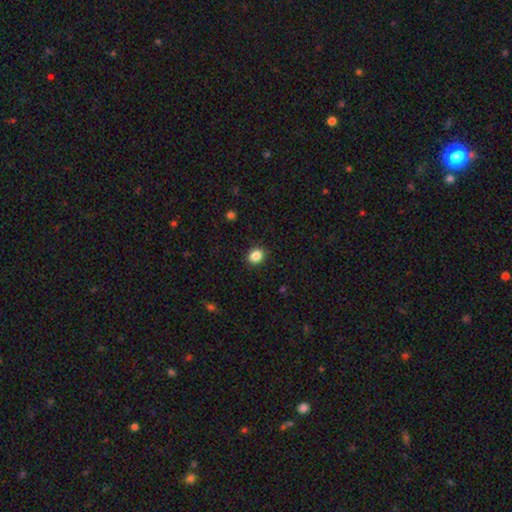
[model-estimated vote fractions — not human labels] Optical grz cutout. It shows a smooth galaxy with no disk features (87%) that is round (65%). Merging: none (90%).